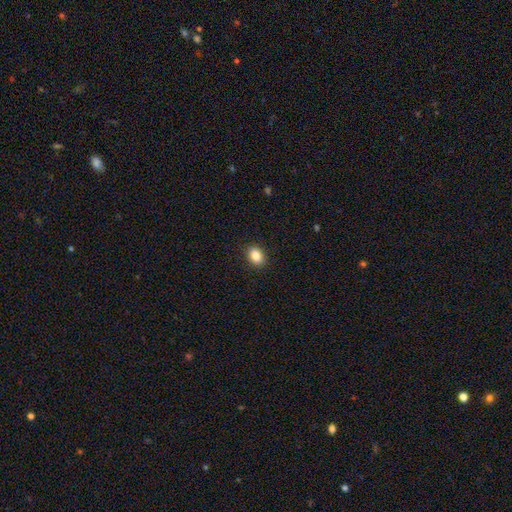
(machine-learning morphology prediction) This is clearly a smooth galaxy (86%). How rounded: likely in between (73%). Merging: clearly none (89%).